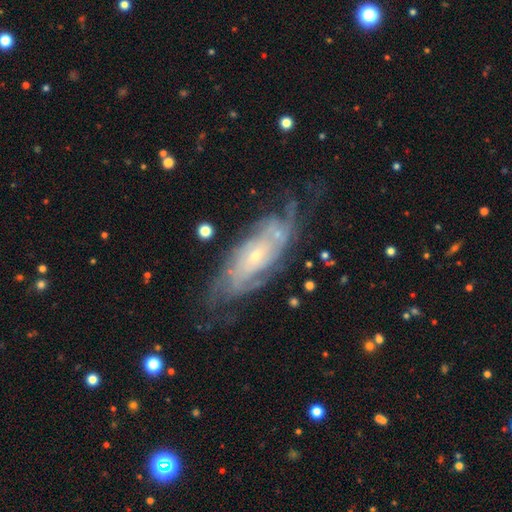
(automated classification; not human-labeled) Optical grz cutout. It shows a featured or disk galaxy (84%) with no bar (68%), tight (69%) spiral arms (94%) and a small central bulge (73%). Merging: none (67%).